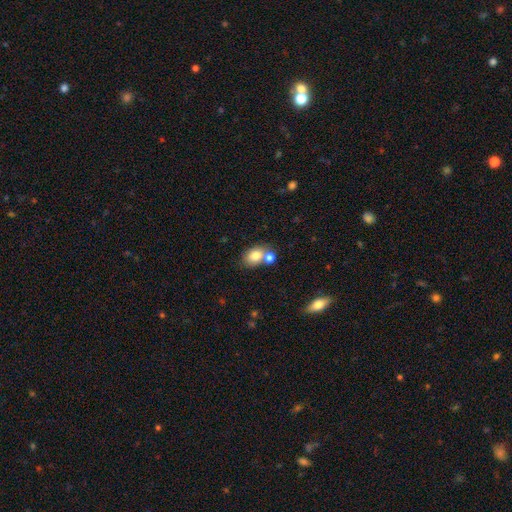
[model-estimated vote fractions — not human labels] Smooth or featured?
  - smooth: 79% *
  - featured or disk: 12%
  - star or artifact: 9%
How rounded?
  - in between: 75% *
  - round: 23%
  - cigar-shaped: 1%
Merging?
  - none: 48% *
  - merger: 37%
  - minor disturbance: 11%
  - major disturbance: 4%